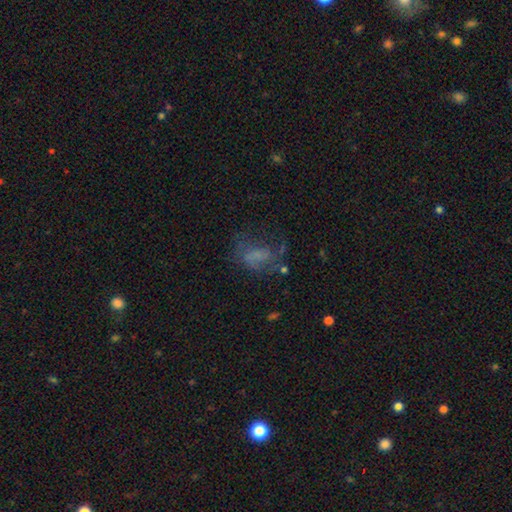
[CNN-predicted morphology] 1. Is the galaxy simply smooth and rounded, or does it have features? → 41% smooth, 40% featured or disk, 20% star or artifact.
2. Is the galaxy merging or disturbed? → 38% none, 35% major disturbance, 21% minor disturbance, 6% merger.